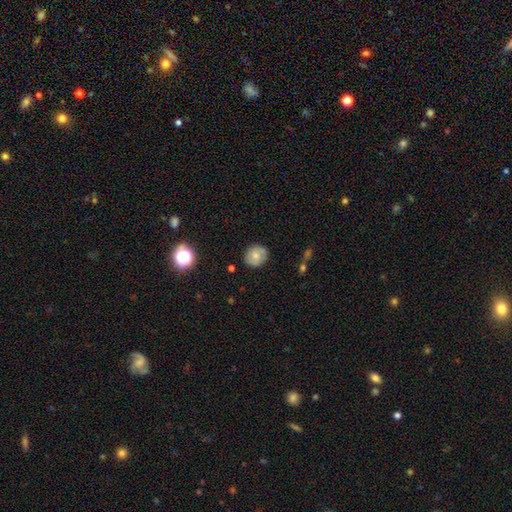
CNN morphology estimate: This is likely a smooth galaxy (67%). How rounded: likely round (80%). Merging: clearly none (82%).